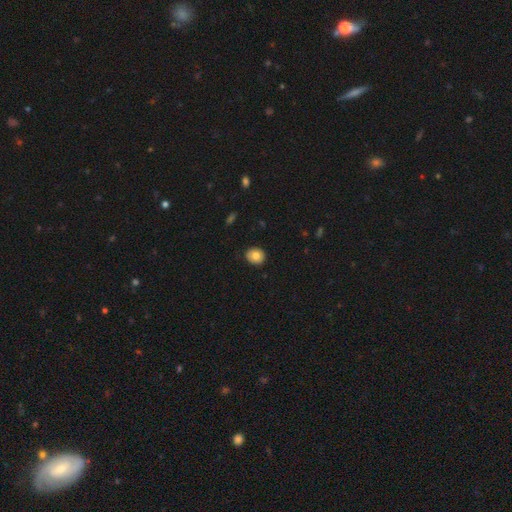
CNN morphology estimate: Q: Smooth or featured?
A: smooth (78%); runner-up: featured or disk (14%)
Q: How rounded?
A: round (75%); runner-up: in between (24%)
Q: Merging?
A: none (87%); runner-up: minor disturbance (10%)